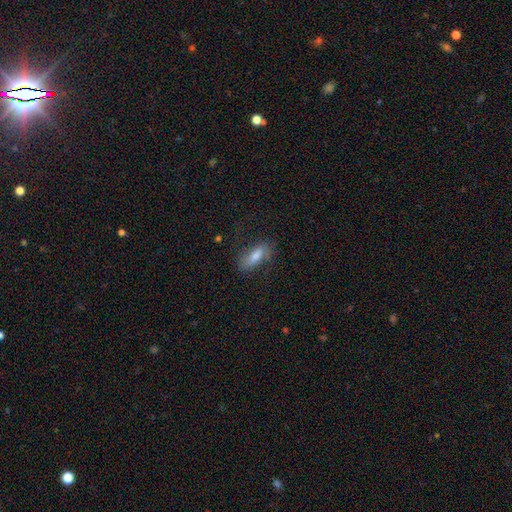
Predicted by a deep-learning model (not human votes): Smooth or featured: smooth — 63% (featured or disk — 27%)
How rounded: in between — 62% (cigar-shaped — 35%)
Merging: none — 69% (minor disturbance — 19%)